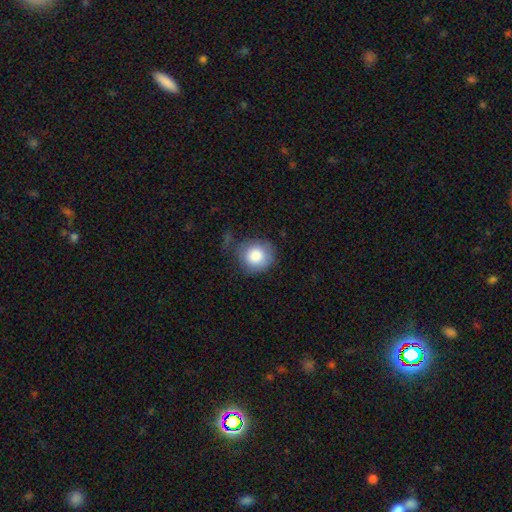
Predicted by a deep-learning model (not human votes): Smooth or featured? Predicted: smooth (p=0.83). How rounded? Predicted: round (p=0.88). Merging? Predicted: none (p=0.62).